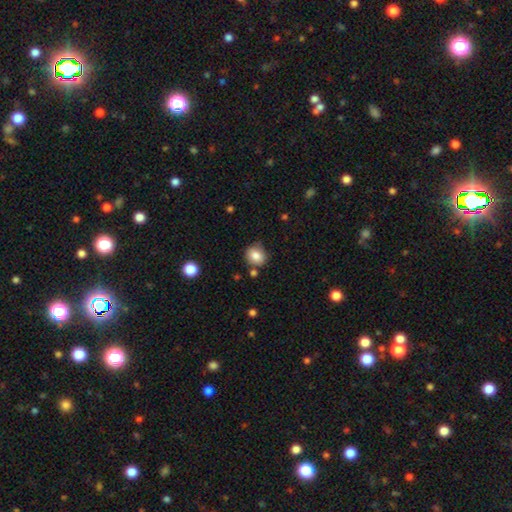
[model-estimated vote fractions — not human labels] smooth 83%, star or artifact 10%, featured or disk 7%. Down the decision tree: how rounded — round (74%); merging — none (75%).